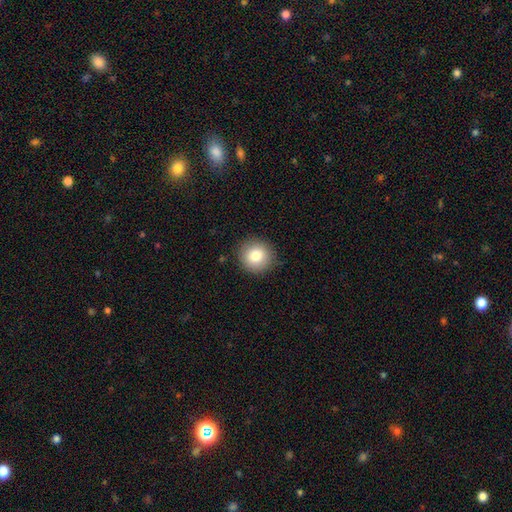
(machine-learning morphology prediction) smooth 81%, featured or disk 10%, star or artifact 10%. Down the decision tree: how rounded — round (93%); merging — none (89%).